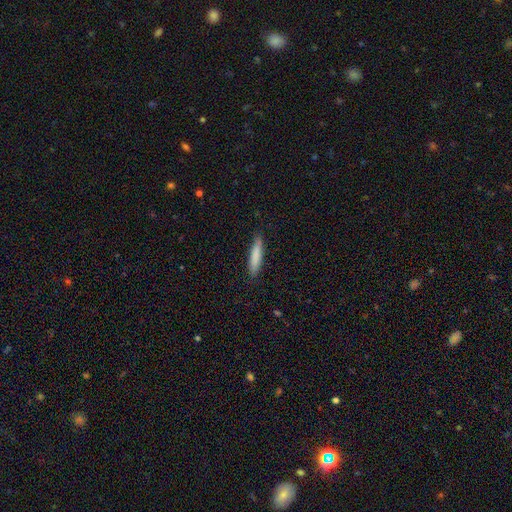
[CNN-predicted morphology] smooth-or-featured: smooth: 82% | featured or disk: 13% | star or artifact: 6%
  how-rounded: cigar-shaped: 87% | in between: 11% | round: 1%
  merging: none: 86% | minor disturbance: 11% | major disturbance: 2% | merger: 1%